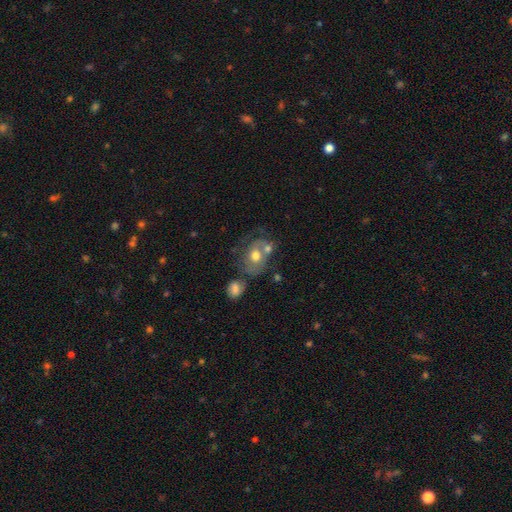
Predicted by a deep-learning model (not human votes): Morphology: type=smooth (52%); roundness=round (50%); merging=merger (34%).